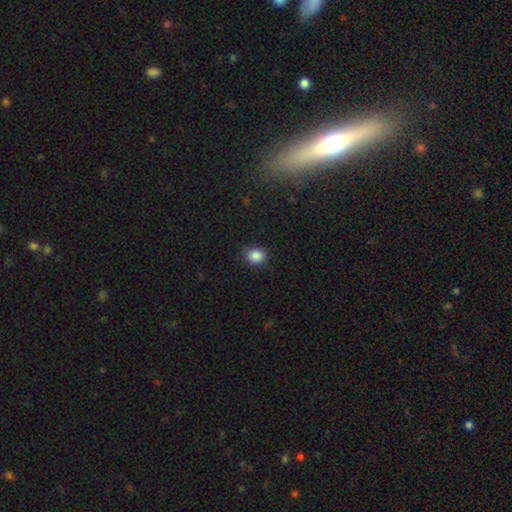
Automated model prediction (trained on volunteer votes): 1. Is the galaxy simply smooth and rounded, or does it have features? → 87% smooth, 10% star or artifact, 4% featured or disk.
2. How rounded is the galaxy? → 61% round, 38% in between, 1% cigar-shaped.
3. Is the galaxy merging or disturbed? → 81% none, 15% minor disturbance, 3% major disturbance, 1% merger.